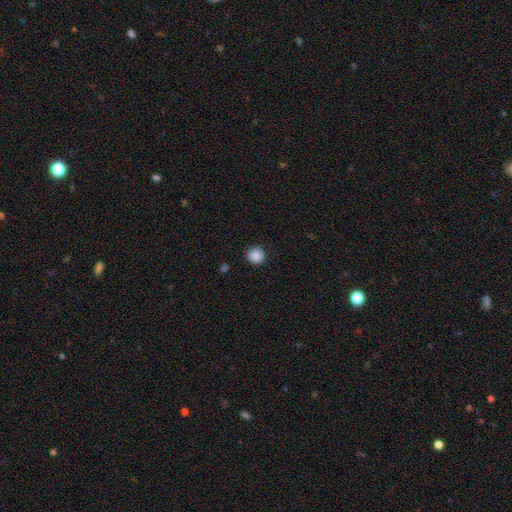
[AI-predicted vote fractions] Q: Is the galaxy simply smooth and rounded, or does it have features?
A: smooth — 88%.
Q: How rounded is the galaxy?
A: round — 93%.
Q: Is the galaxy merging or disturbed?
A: none — 90%.